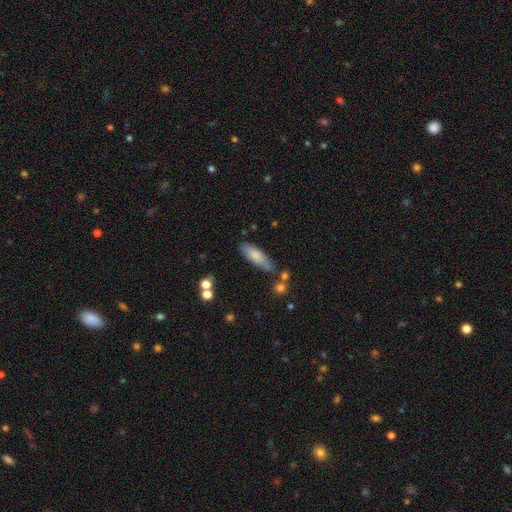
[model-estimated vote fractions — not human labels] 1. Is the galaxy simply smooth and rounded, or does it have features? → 76% smooth, 18% featured or disk, 6% star or artifact.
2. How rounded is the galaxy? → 58% in between, 41% cigar-shaped, 2% round.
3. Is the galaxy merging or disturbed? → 69% none, 19% minor disturbance, 7% merger, 4% major disturbance.